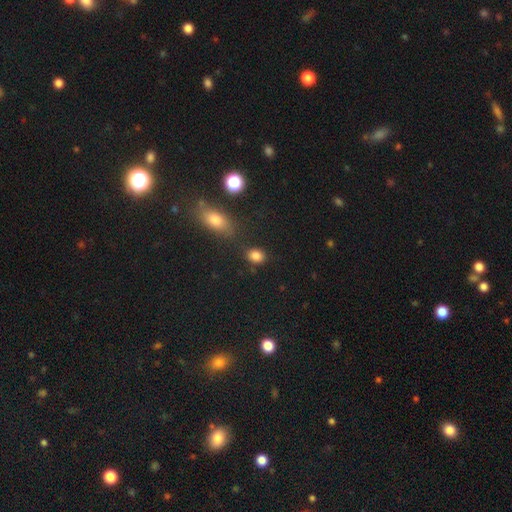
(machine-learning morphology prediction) This is clearly a smooth galaxy (84%). How rounded: possibly in between (53%). Merging: likely none (77%).